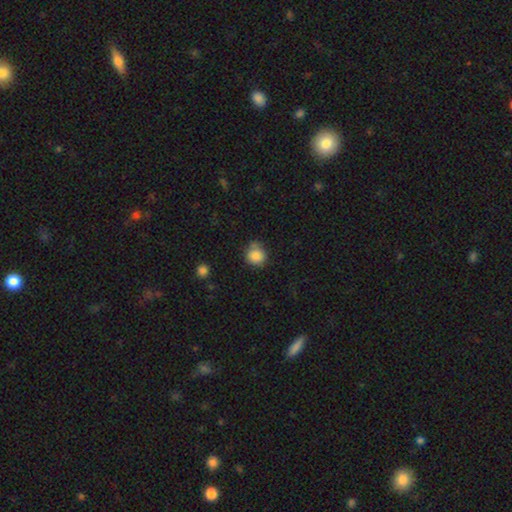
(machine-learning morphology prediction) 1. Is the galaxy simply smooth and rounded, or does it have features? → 85% smooth, 9% star or artifact, 5% featured or disk.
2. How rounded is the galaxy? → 88% round, 11% in between, 1% cigar-shaped.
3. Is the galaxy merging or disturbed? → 65% none, 24% minor disturbance, 6% merger, 5% major disturbance.